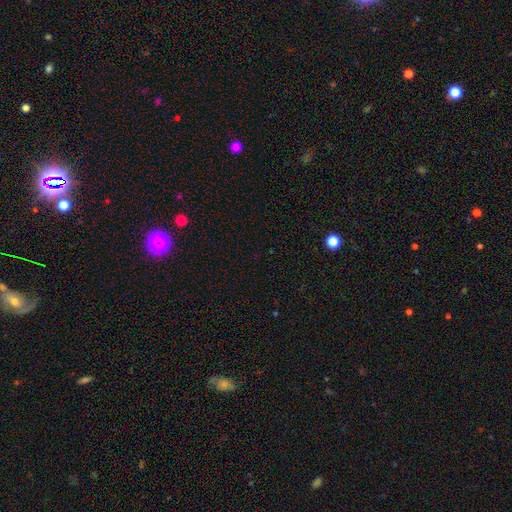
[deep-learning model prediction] This appears to be a star or artifact, not a galaxy (69%).